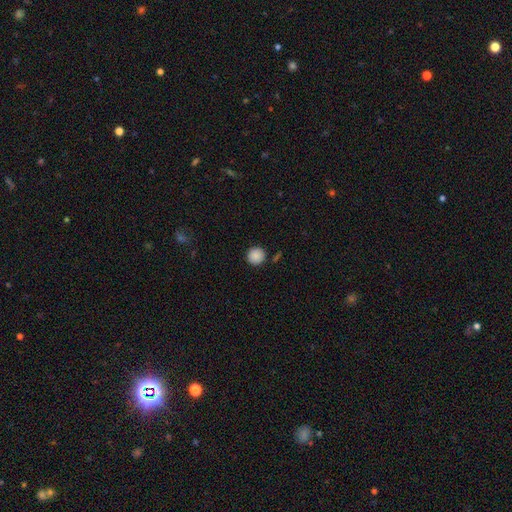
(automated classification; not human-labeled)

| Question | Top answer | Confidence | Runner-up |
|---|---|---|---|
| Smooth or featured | smooth | 88% | star or artifact (9%) |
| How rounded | round | 95% | in between (4%) |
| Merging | none | 88% | minor disturbance (7%) |